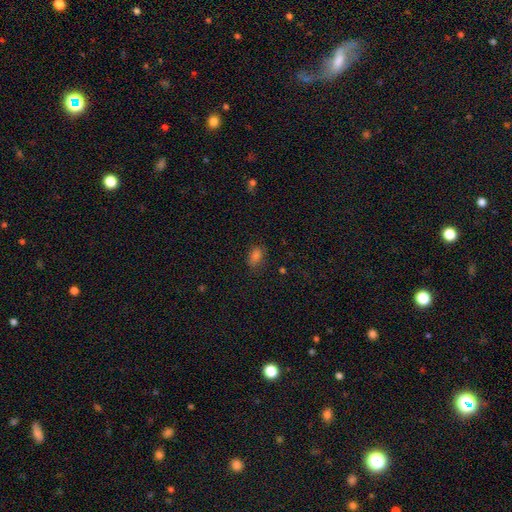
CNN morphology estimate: smooth_or_featured: smooth (p=0.74) [alt: star or artifact p=0.19]
how_rounded: in between (p=0.81) [alt: round p=0.17]
merging: none (p=0.77) [alt: minor disturbance p=0.17]